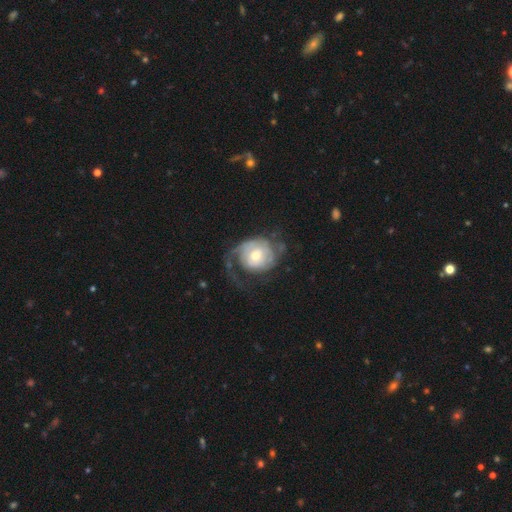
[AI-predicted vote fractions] The model was most divided on "spiral arm count" (2-way tie): 2: 35%, 1: 35%, can't tell: 20%, 3: 5%, 4: 2%, more than 4: 2%. Remaining: edge-on disk — no (97%); spiral arms — yes (84%); smooth or featured — featured or disk (73%); bar — no (72%); bulge size — moderate (57%); merging — none (42%); spiral winding — tight (39%).